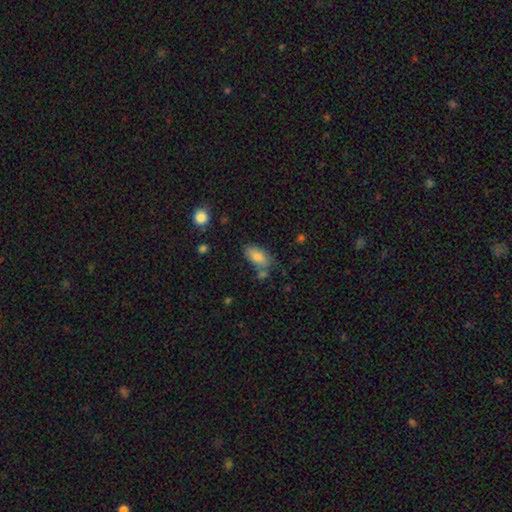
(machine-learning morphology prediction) A smooth galaxy with no disk features (82%) that is in between round and cigar-shaped (90%). Merging: none (66%).